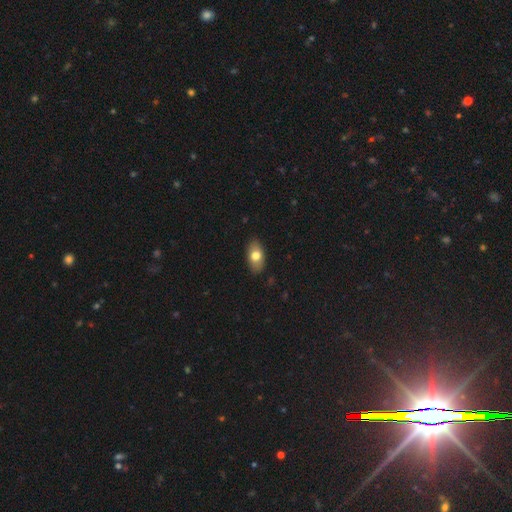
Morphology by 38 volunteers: Smooth or featured? 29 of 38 (76%) said smooth. How rounded? 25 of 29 (86%) said in between. Merging? 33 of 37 (89%) said none.